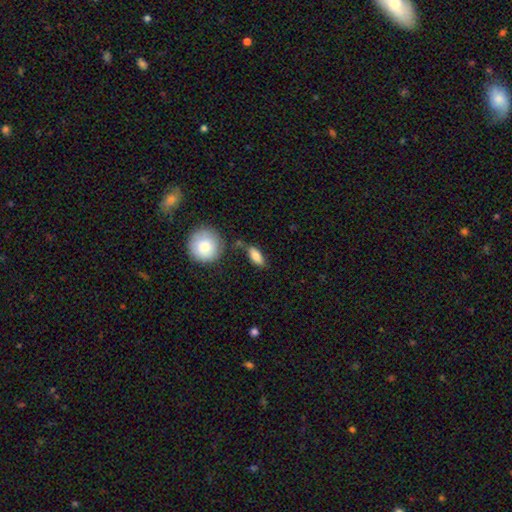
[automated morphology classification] The model was most divided on "merging": none: 66%, minor disturbance: 19%, merger: 10%, major disturbance: 5%. More confident: smooth or featured — smooth (80%); how rounded — in between (73%).